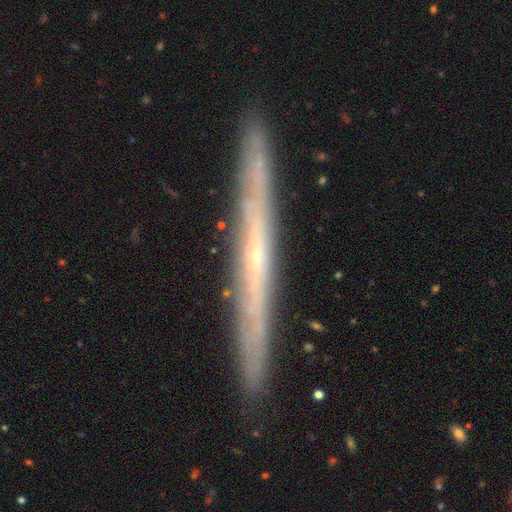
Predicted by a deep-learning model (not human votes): The model was most divided on "edge-on bulge": none: 68%, rounded: 29%, boxy: 3%. More confident: edge-on disk — yes (95%); merging — none (90%); smooth or featured — featured or disk (76%).